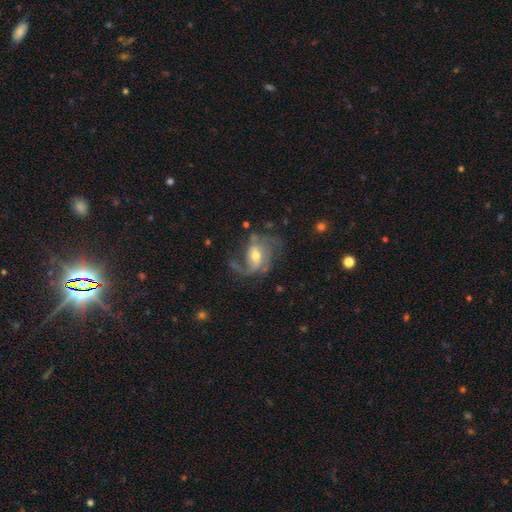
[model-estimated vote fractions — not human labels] Overall: featured or disk (80%). Edge-on disk: no (97%). Bar: weak (45%; no 37%). Spiral arms: yes (92%). Spiral arm count: 2 (48%; 1 22%). Spiral winding: loose (47%; medium 40%). Bulge size: moderate (66%). Merging: none (49%; major disturbance 27%).